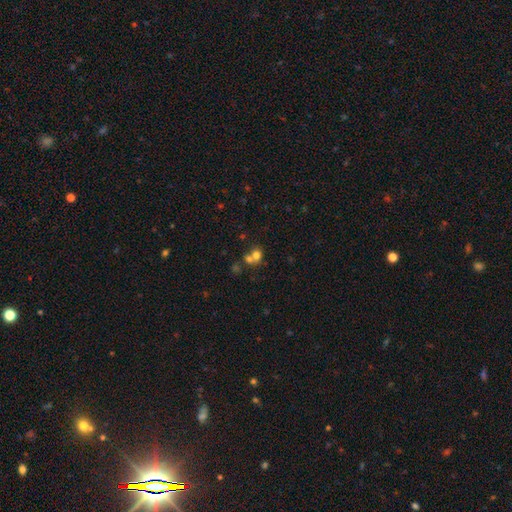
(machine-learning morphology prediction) A smooth galaxy with no disk features (69%) that is round (76%). Merging: merger (55%).